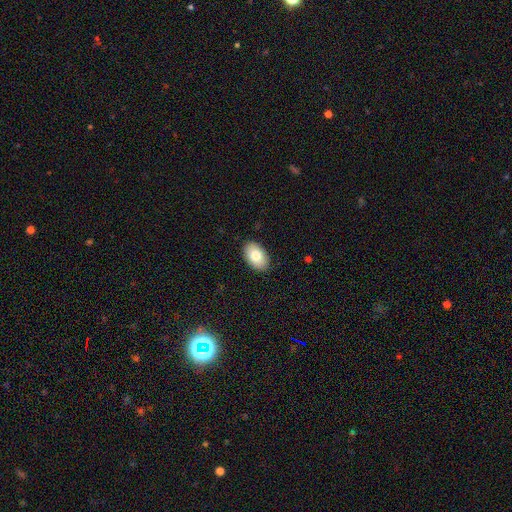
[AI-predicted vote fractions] Smooth or featured?
  - smooth: 82% *
  - featured or disk: 12%
  - star or artifact: 6%
How rounded?
  - in between: 93% *
  - round: 6%
  - cigar-shaped: 1%
Merging?
  - none: 89% *
  - minor disturbance: 8%
  - major disturbance: 2%
  - merger: 1%